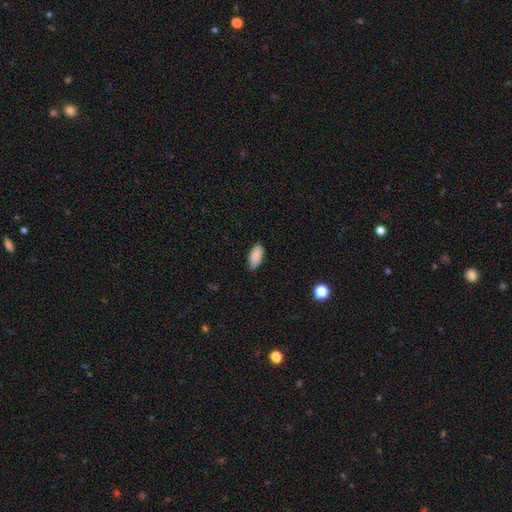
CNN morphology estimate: Q: Smooth or featured?
A: smooth (90%); runner-up: star or artifact (7%)
Q: How rounded?
A: in between (88%); runner-up: cigar-shaped (10%)
Q: Merging?
A: none (87%); runner-up: minor disturbance (10%)